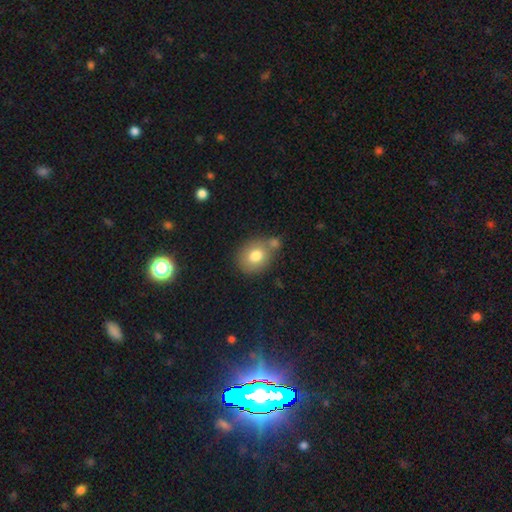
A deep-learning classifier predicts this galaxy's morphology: This is likely a smooth galaxy (78%). How rounded: likely round (63%). Merging: possibly none (57%).